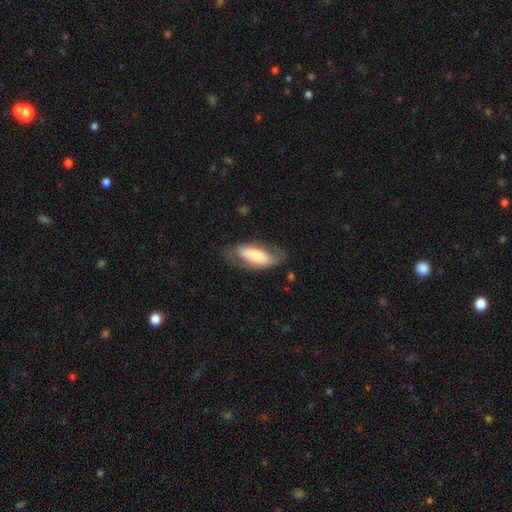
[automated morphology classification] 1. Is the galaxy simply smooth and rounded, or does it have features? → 53% smooth, 41% featured or disk, 6% star or artifact.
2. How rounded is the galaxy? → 83% in between, 14% cigar-shaped, 3% round.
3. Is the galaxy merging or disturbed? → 62% none, 23% minor disturbance, 14% major disturbance, 2% merger.